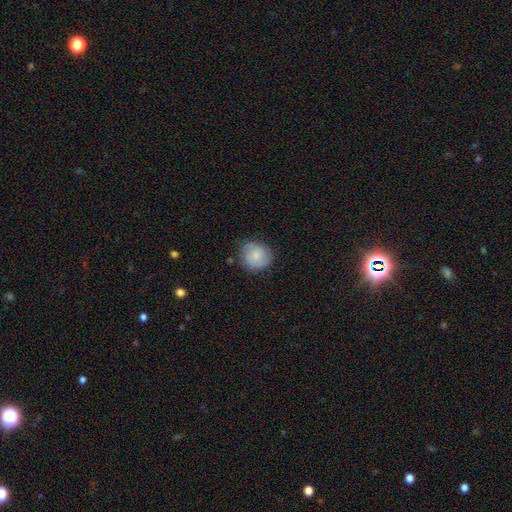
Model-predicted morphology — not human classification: smooth-or-featured: smooth: 58% | featured or disk: 34% | star or artifact: 8%
  how-rounded: round: 86% | in between: 13% | cigar-shaped: 1%
  merging: none: 79% | minor disturbance: 15% | major disturbance: 4% | merger: 1%